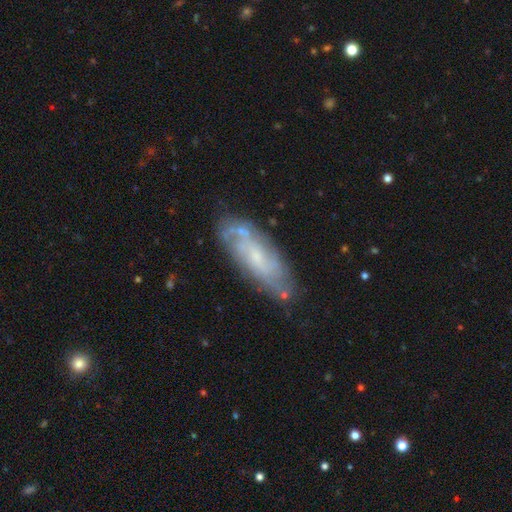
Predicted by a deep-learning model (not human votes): Morphology: type=featured or disk (66%); edge-on=no (82%); bar=no (63%); spiral arms=yes (80%); bulge=small (59%); merging=none (73%).